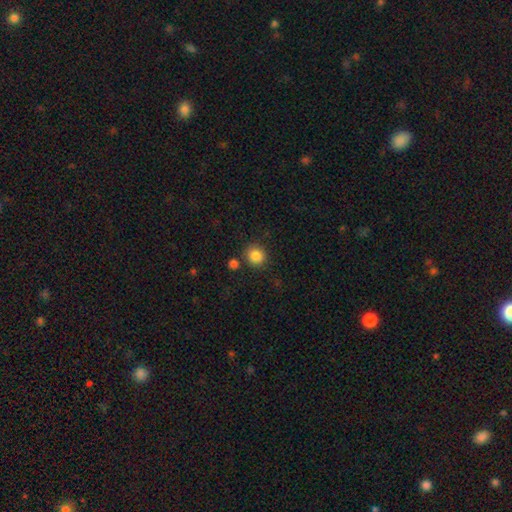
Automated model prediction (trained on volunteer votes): smooth-or-featured: smooth: 87% | star or artifact: 10% | featured or disk: 4%
  how-rounded: round: 88% | in between: 11% | cigar-shaped: 1%
  merging: none: 82% | minor disturbance: 9% | merger: 6% | major disturbance: 3%